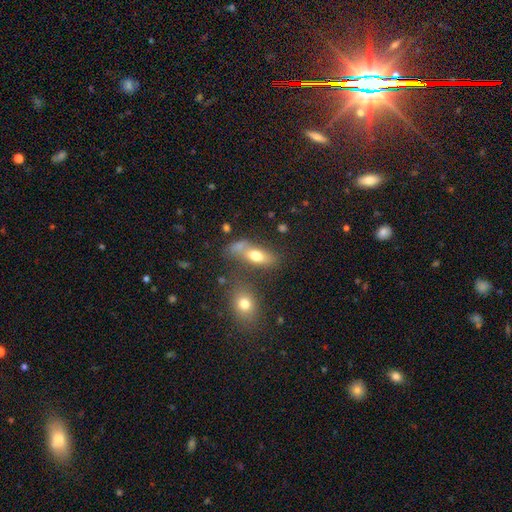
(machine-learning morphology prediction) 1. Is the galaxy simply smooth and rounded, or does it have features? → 68% smooth, 20% featured or disk, 11% star or artifact.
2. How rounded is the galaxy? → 73% in between, 17% cigar-shaped, 11% round.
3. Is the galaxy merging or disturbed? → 52% none, 24% merger, 15% minor disturbance, 9% major disturbance.